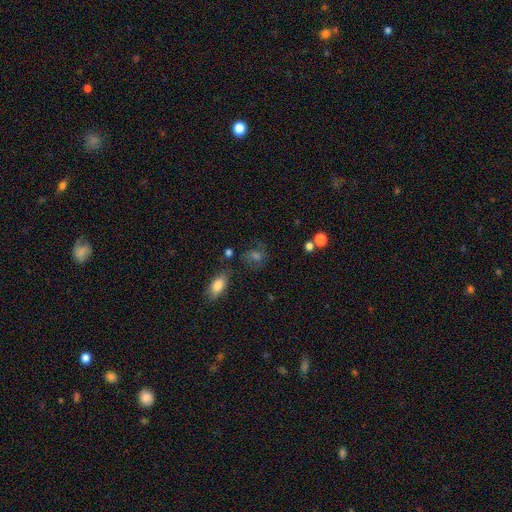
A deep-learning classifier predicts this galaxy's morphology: smooth_or_featured: smooth (p=0.43) [alt: featured or disk p=0.33]
merging: none (p=0.66) [alt: minor disturbance p=0.18]